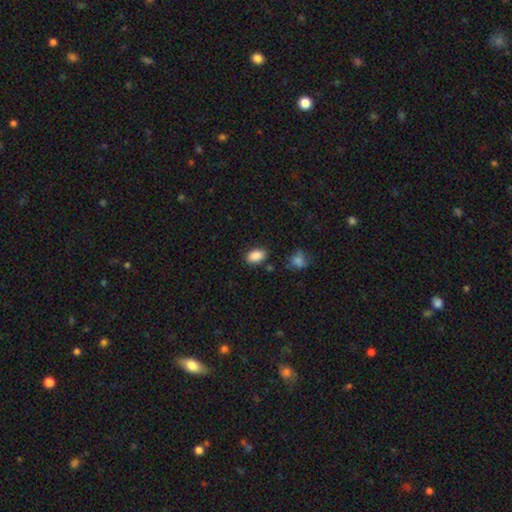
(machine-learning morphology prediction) smooth-or-featured: smooth: 88% | star or artifact: 8% | featured or disk: 4%
  how-rounded: in between: 89% | round: 10% | cigar-shaped: 2%
  merging: none: 83% | minor disturbance: 11% | merger: 3% | major disturbance: 3%